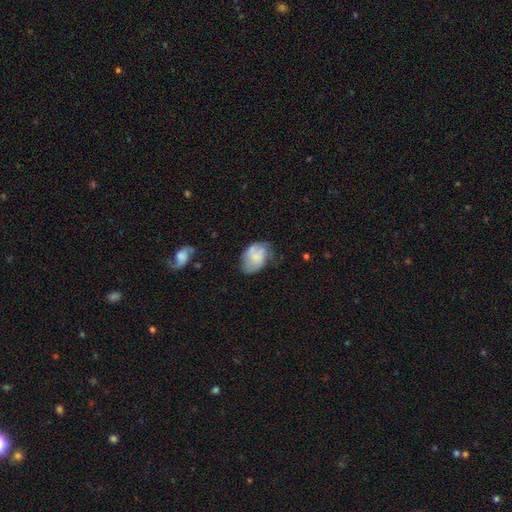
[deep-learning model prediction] Morphology: type=smooth (60%); roundness=in between (79%); merging=none (47%).